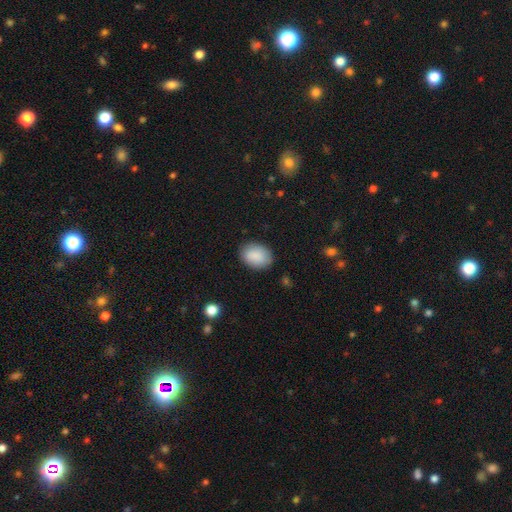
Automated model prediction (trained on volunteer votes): smooth_or_featured: smooth (p=0.88) [alt: star or artifact p=0.07]
how_rounded: in between (p=0.74) [alt: round p=0.25]
merging: none (p=0.84) [alt: minor disturbance p=0.12]